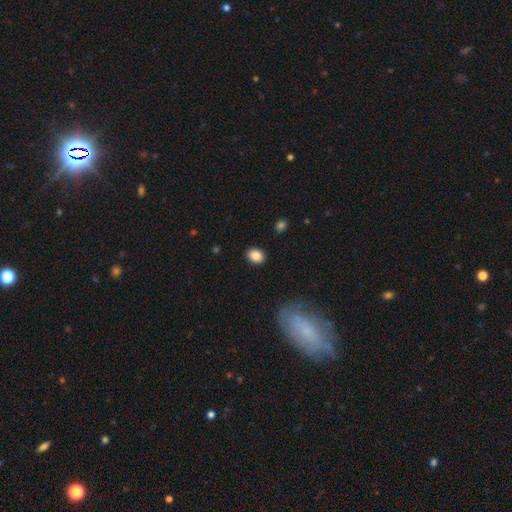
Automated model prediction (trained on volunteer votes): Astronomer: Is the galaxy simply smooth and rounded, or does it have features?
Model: smooth — 87%.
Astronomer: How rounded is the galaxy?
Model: in between — 54% (runner-up: round, 45%).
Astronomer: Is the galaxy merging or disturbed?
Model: none — 89%.